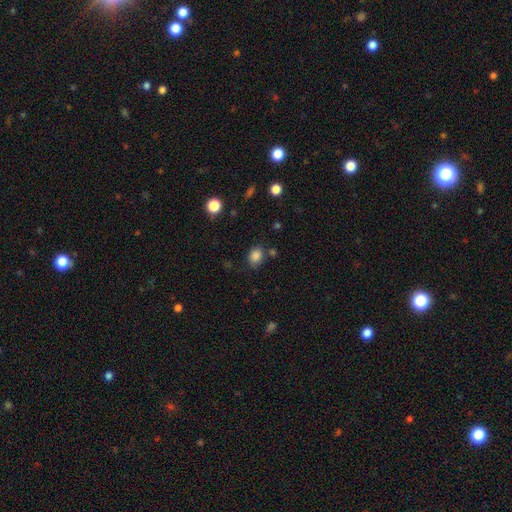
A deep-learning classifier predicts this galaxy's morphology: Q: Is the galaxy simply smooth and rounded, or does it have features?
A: smooth — 84%.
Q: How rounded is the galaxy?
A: in between — 53%.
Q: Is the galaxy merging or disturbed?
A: none — 75%.